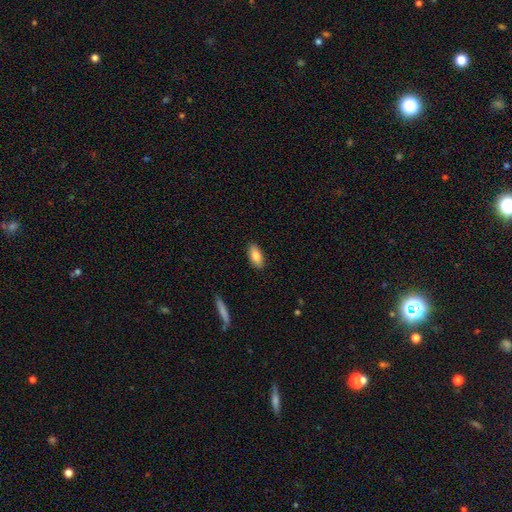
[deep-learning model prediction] A smooth galaxy with no disk features (85%) that is in between round and cigar-shaped (90%). Merging: none (88%).